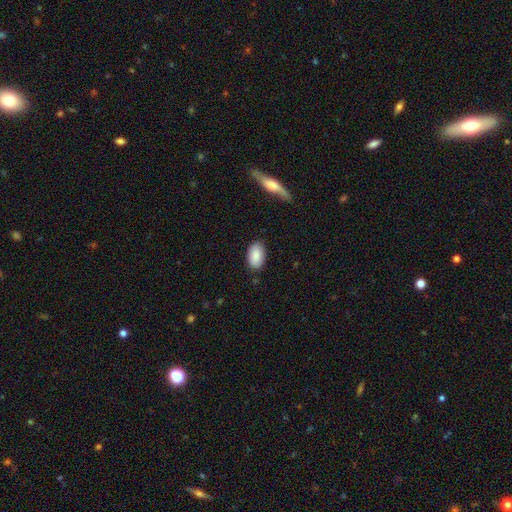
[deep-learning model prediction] This is clearly a smooth galaxy (88%). How rounded: clearly in between (93%). Merging: clearly none (85%).